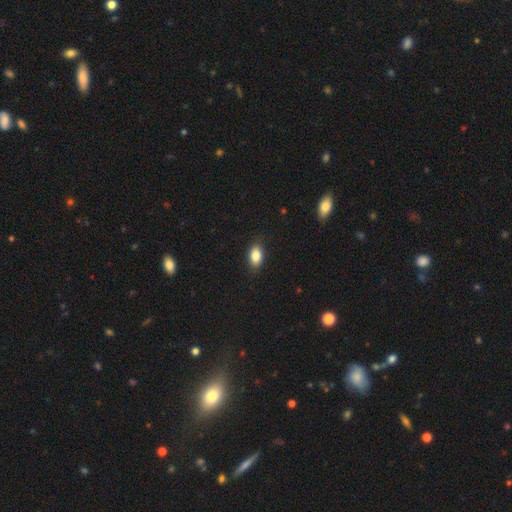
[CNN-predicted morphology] Smooth or featured?
  - smooth: 84% *
  - star or artifact: 8%
  - featured or disk: 8%
How rounded?
  - in between: 88% *
  - round: 9%
  - cigar-shaped: 3%
Merging?
  - none: 87% *
  - minor disturbance: 10%
  - major disturbance: 2%
  - merger: 1%